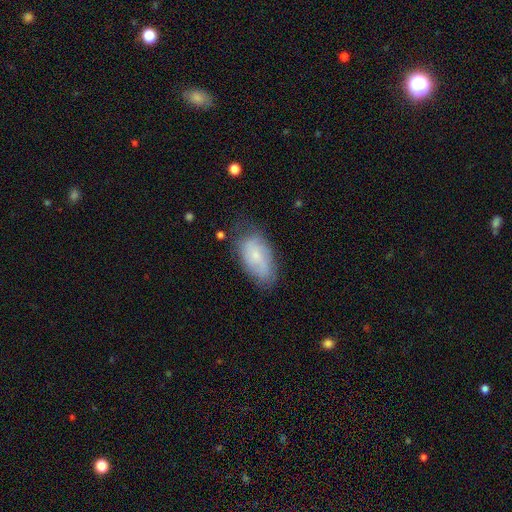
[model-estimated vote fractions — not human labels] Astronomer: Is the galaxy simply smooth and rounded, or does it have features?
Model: smooth — 53% (runner-up: featured or disk, 39%).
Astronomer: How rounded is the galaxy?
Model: in between — 92%.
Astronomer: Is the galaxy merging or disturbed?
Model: none — 64%.